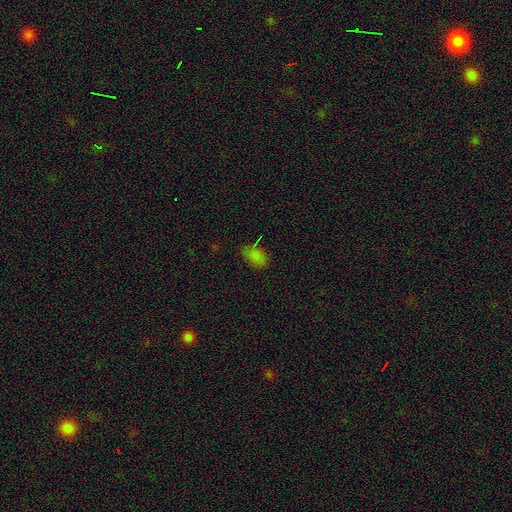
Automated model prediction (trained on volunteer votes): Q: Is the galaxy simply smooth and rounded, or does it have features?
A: smooth — 75%.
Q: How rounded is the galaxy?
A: in between — 87%.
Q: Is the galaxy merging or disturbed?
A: none — 69%.